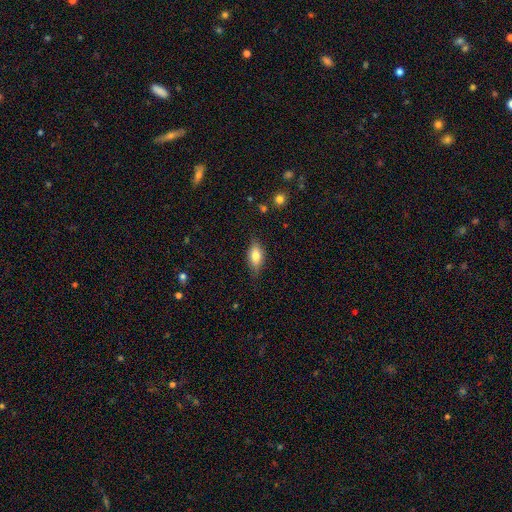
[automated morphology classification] smooth 74%, featured or disk 19%, star or artifact 8%. Down the decision tree: how rounded — in between (83%); merging — none (79%).